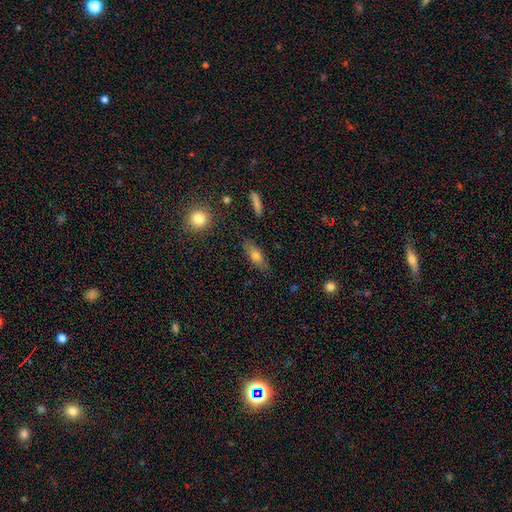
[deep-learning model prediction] Morphology: type=smooth (67%); roundness=in between (60%); merging=none (82%).